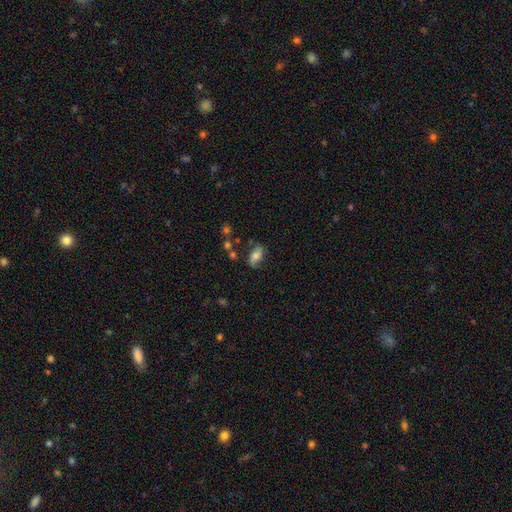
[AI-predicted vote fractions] smooth_or_featured: smooth (p=0.65) [alt: featured or disk p=0.26]
how_rounded: in between (p=0.88) [alt: cigar-shaped p=0.07]
merging: none (p=0.71) [alt: minor disturbance p=0.20]